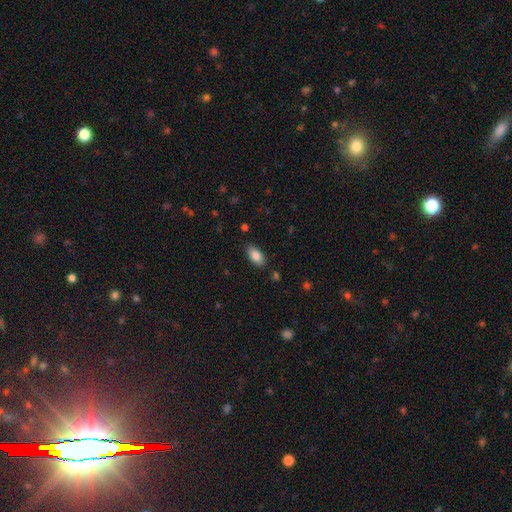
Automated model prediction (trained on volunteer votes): A smooth galaxy with no disk features (85%) that is in between round and cigar-shaped (92%). Merging: none (85%).